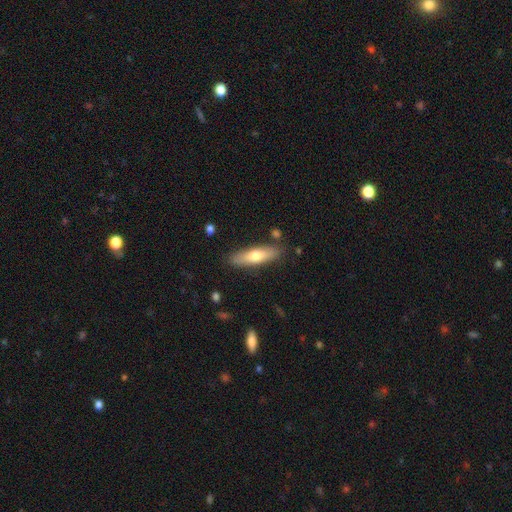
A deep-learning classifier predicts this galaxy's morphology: smooth-or-featured: smooth: 64% | featured or disk: 31% | star or artifact: 6%
  how-rounded: cigar-shaped: 65% | in between: 33% | round: 2%
  merging: none: 85% | minor disturbance: 10% | merger: 3% | major disturbance: 2%